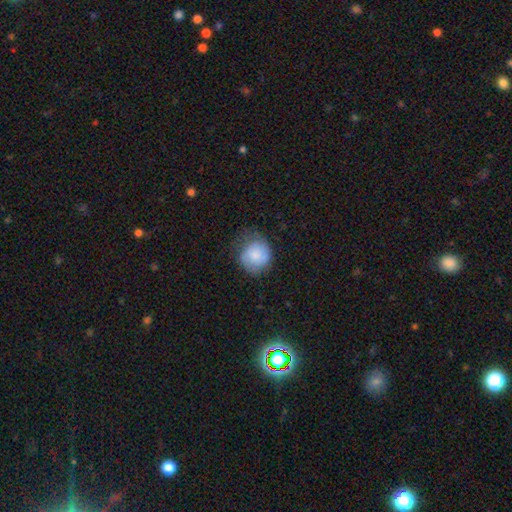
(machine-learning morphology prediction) This appears to be a smooth galaxy with no disk features (73%) that is round (81%). Merging: none (51%).